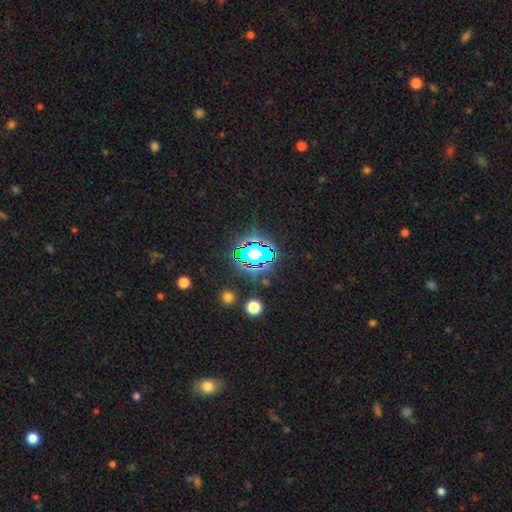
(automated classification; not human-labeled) Q: Smooth or featured?
A: star or artifact (60%); runner-up: smooth (26%)